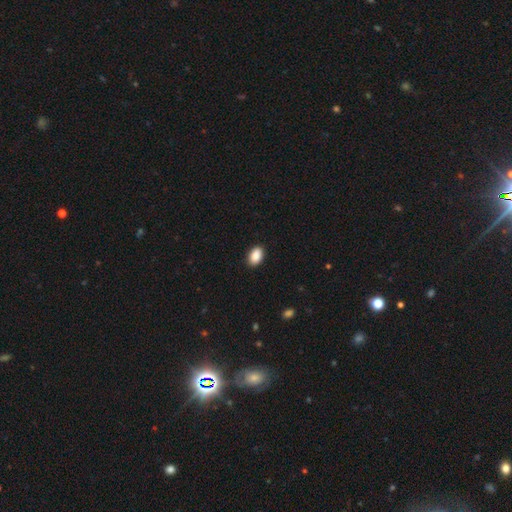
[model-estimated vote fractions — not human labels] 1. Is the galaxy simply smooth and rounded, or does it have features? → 90% smooth, 7% star or artifact, 3% featured or disk.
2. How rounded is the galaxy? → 90% in between, 9% round, 1% cigar-shaped.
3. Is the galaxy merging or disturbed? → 89% none, 8% minor disturbance, 2% major disturbance, 1% merger.